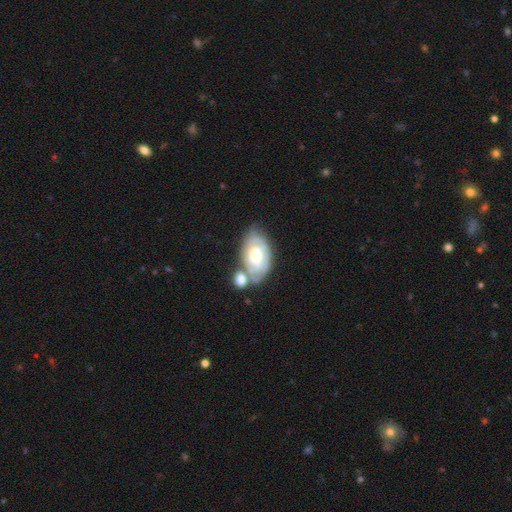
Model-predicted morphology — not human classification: A featured or disk galaxy (67%) with no bar (65%), spiral arms (78%) and a moderate central bulge (61%). Merging: none (48%).